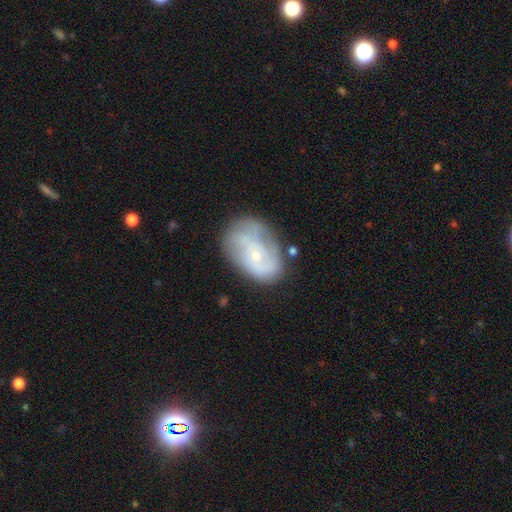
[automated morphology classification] Q: Smooth or featured?
A: featured or disk (66%); runner-up: smooth (26%)
Q: Edge-on disk?
A: no (97%); runner-up: yes (3%)
Q: Bar?
A: no (73%); runner-up: weak (23%)
Q: Spiral arms?
A: yes (75%); runner-up: no (25%)
Q: Bulge size?
A: small (77%); runner-up: moderate (18%)
Q: Merging?
A: none (56%); runner-up: minor disturbance (26%)